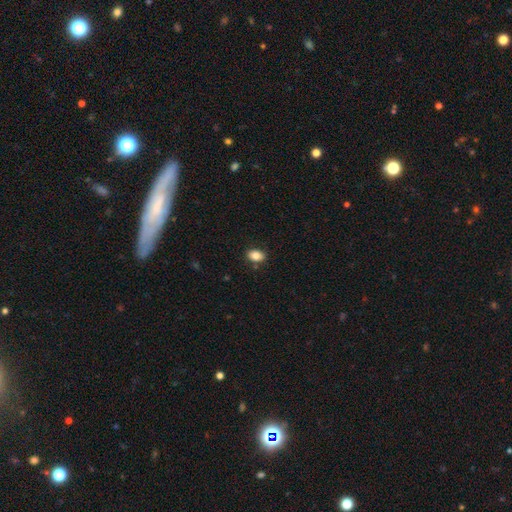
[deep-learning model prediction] Smooth or featured: smooth — 84% (star or artifact — 9%)
How rounded: in between — 81% (round — 18%)
Merging: none — 86% (minor disturbance — 10%)